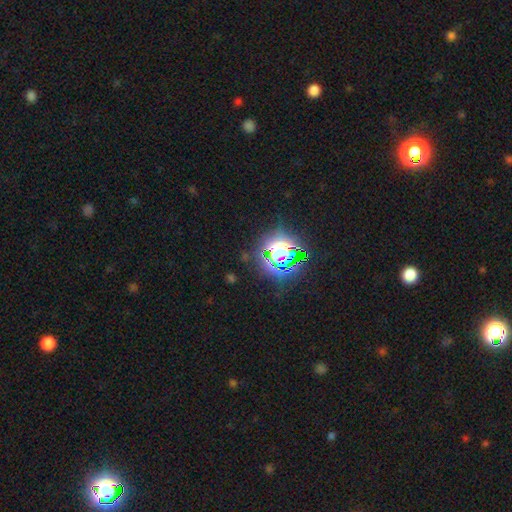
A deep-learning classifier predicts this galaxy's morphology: Q: Smooth or featured?
A: star or artifact (80%); runner-up: smooth (13%)